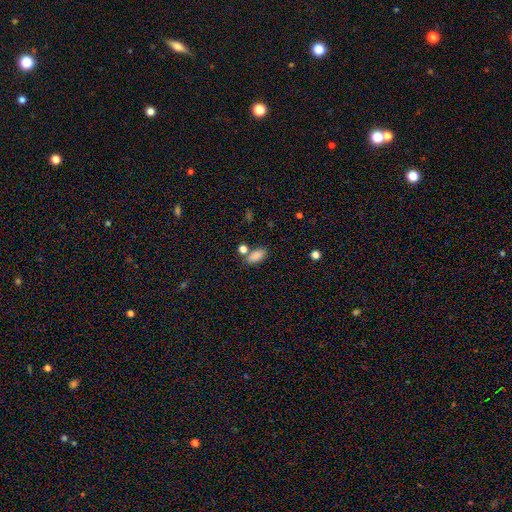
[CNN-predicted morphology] Smooth or featured? smooth (85%)
How rounded? in between (90%)
Merging? none (67%)